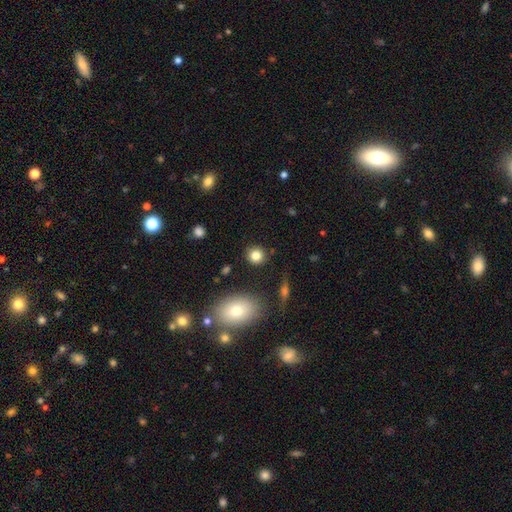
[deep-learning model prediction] Q: Smooth or featured?
A: smooth (82%); runner-up: star or artifact (11%)
Q: How rounded?
A: round (87%); runner-up: in between (12%)
Q: Merging?
A: none (88%); runner-up: minor disturbance (7%)